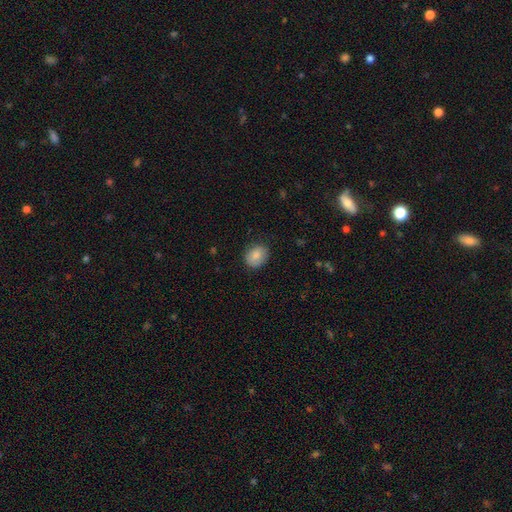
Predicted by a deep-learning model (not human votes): A smooth galaxy with no disk features (84%) that is round (55%).

Vote fractions:
- Smooth or featured? smooth: 84% / featured or disk: 8% / star or artifact: 8%
- How rounded? round: 55% / in between: 44% / cigar-shaped: 1%
- Merging? none: 82% / minor disturbance: 14% / major disturbance: 3% / merger: 1%